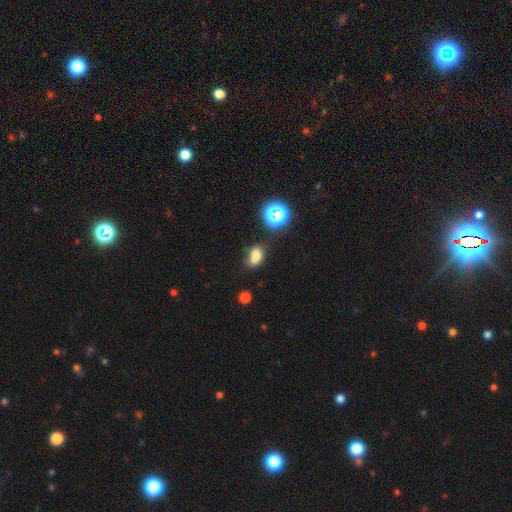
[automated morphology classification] smooth_or_featured: smooth (p=0.73) [alt: star or artifact p=0.16]
how_rounded: in between (p=0.79) [alt: round p=0.19]
merging: none (p=0.55) [alt: minor disturbance p=0.28]